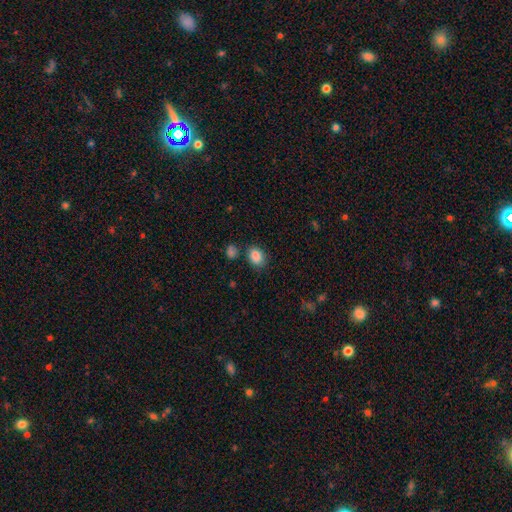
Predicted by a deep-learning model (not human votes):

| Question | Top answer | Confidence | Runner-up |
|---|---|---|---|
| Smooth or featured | smooth | 86% | star or artifact (9%) |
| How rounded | in between | 63% | round (36%) |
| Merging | none | 77% | minor disturbance (12%) |